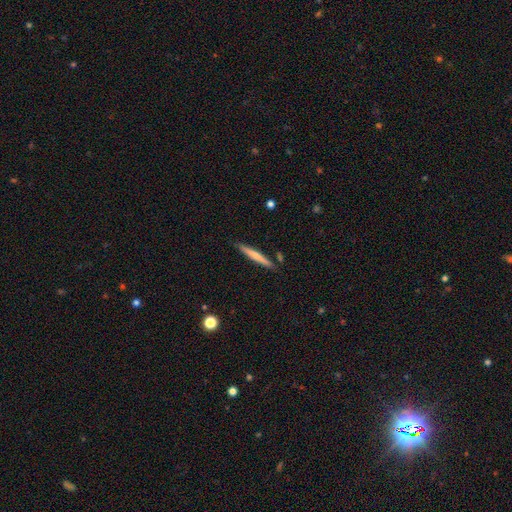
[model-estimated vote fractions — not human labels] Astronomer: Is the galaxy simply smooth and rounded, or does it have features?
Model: smooth — 59% (runner-up: featured or disk, 35%).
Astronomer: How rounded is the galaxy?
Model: cigar-shaped — 95%.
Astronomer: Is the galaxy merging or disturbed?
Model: none — 87%.